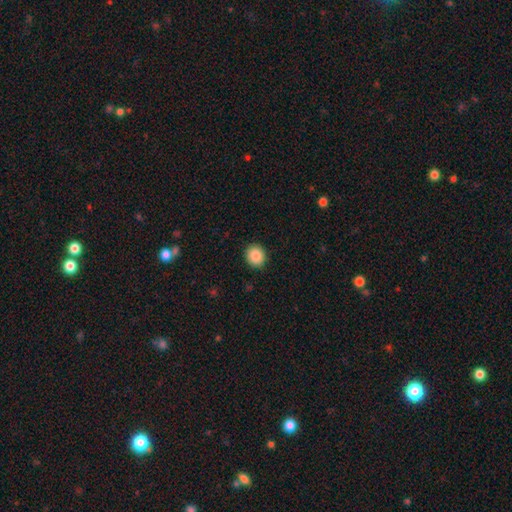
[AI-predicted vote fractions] A smooth galaxy with no disk features (87%) that is round (84%).

Vote fractions:
- Smooth or featured? smooth: 87% / star or artifact: 8% / featured or disk: 5%
- How rounded? round: 84% / in between: 15% / cigar-shaped: 1%
- Merging? none: 91% / minor disturbance: 6% / major disturbance: 2% / merger: 1%